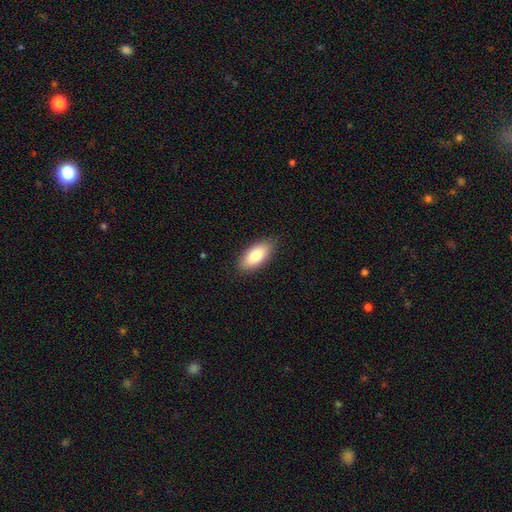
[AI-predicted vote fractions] A smooth galaxy with no disk features (83%) that is in between round and cigar-shaped (86%). Merging: none (87%).